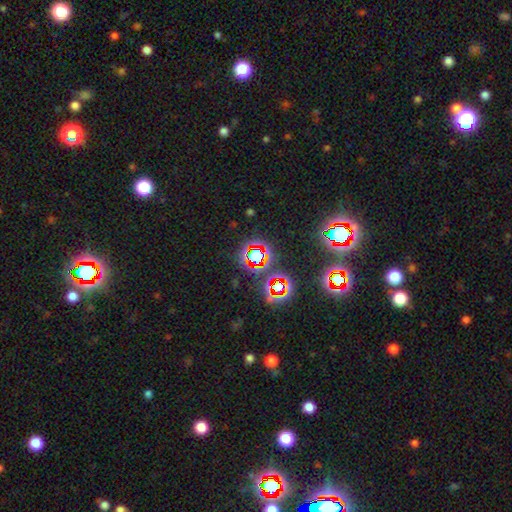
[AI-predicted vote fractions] star or artifact 74%, smooth 16%, featured or disk 10%.